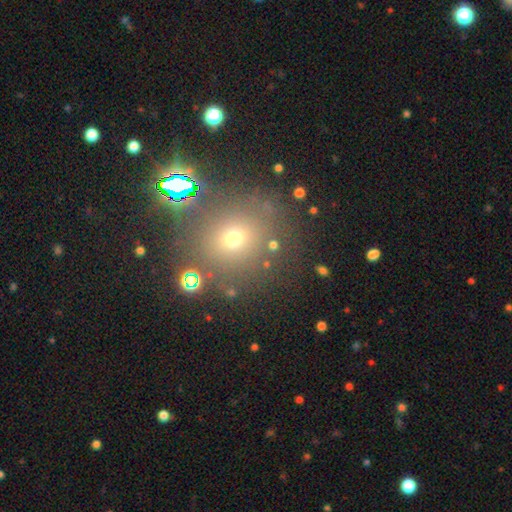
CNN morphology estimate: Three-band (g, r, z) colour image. It shows a smooth galaxy with no disk features (43%, tied with star or artifact). Merging: none (80%).